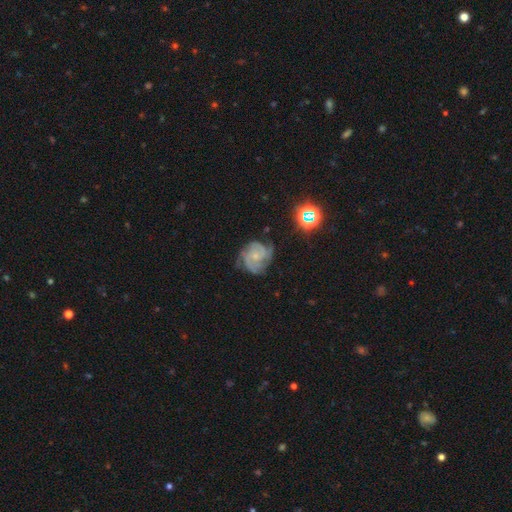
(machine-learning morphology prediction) The model was most divided on "spiral winding": tight: 54%, medium: 38%, loose: 8%. Remaining: edge-on disk — no (98%); spiral arms — yes (97%); smooth or featured — featured or disk (83%); bar — no (76%); bulge size — small (73%); merging — none (66%); spiral arm count — 3 (47%).